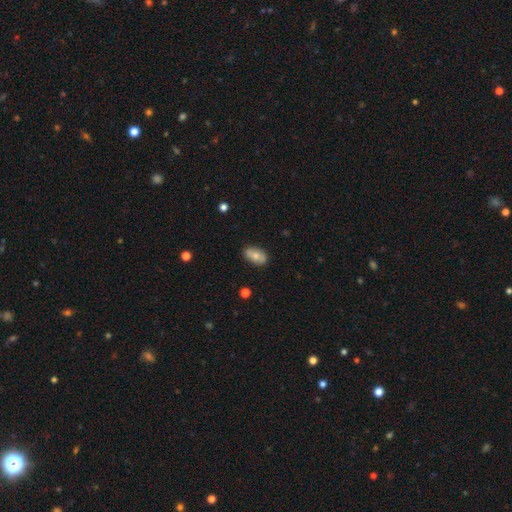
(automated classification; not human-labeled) A smooth galaxy with no disk features (69%) that is in between round and cigar-shaped (91%). Merging: none (84%).